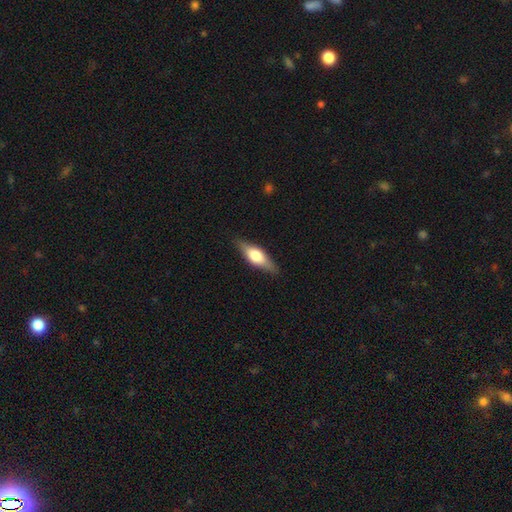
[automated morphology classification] smooth-or-featured: featured or disk: 49% | smooth: 46% | star or artifact: 6%
  merging: none: 86% | minor disturbance: 11% | major disturbance: 2% | merger: 1%